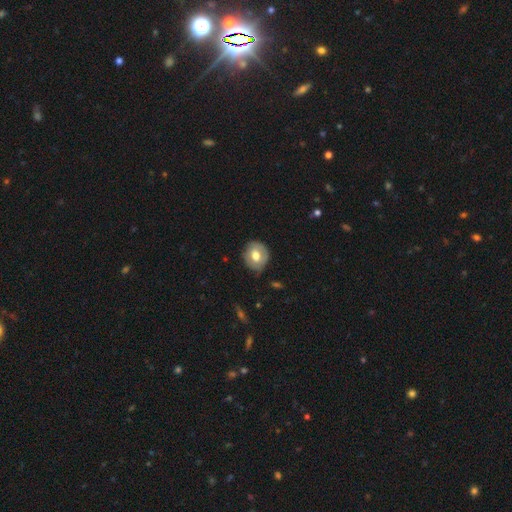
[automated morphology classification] This is likely a smooth galaxy (64%). How rounded: likely round (72%). Merging: likely none (78%).